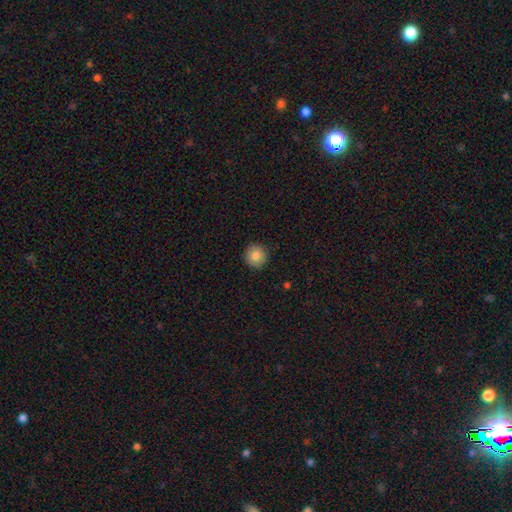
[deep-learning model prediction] This is clearly a smooth galaxy (85%). How rounded: clearly round (95%). Merging: clearly none (91%).